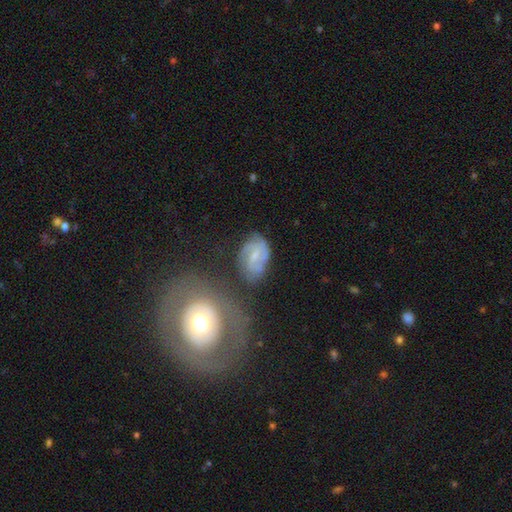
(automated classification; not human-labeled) Smooth or featured? featured or disk (69%)
Edge-on disk? no (97%)
Bar? weak (54%)
Spiral arms? yes (86%)
Spiral winding? medium (43%)
Spiral arm count? 2 (65%)
Bulge size? small (60%)
Merging? none (61%)